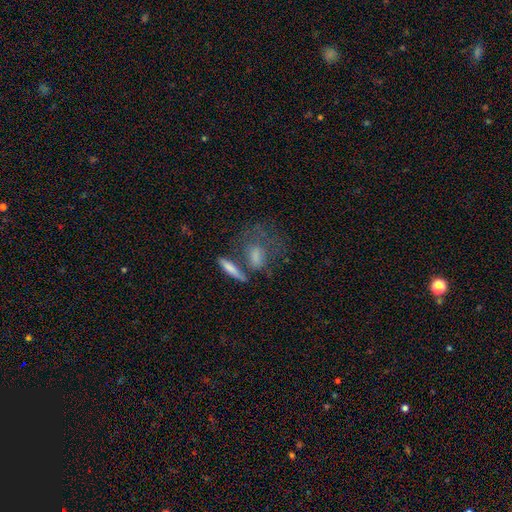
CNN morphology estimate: A smooth galaxy with no disk features (53%) that is in between round and cigar-shaped (51%). Merging: none (38%).